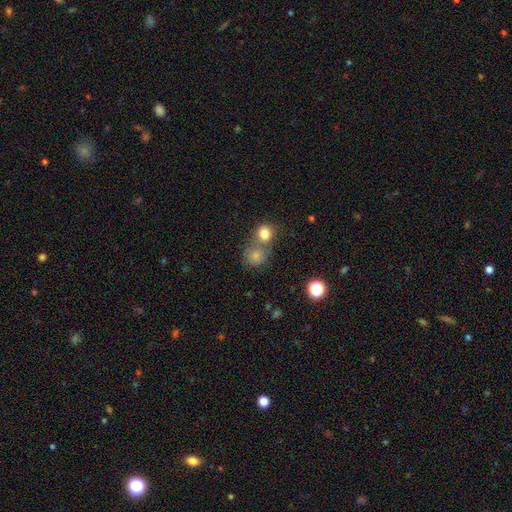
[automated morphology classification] A smooth galaxy with no disk features (78%) that is round (80%). Merging: merger (46%).